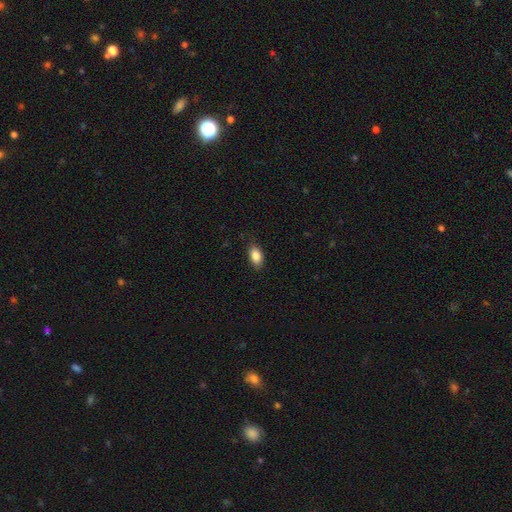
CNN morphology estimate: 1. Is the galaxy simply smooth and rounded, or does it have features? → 86% smooth, 7% star or artifact, 7% featured or disk.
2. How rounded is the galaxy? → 91% in between, 5% round, 4% cigar-shaped.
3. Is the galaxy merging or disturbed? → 85% none, 12% minor disturbance, 2% major disturbance, 1% merger.